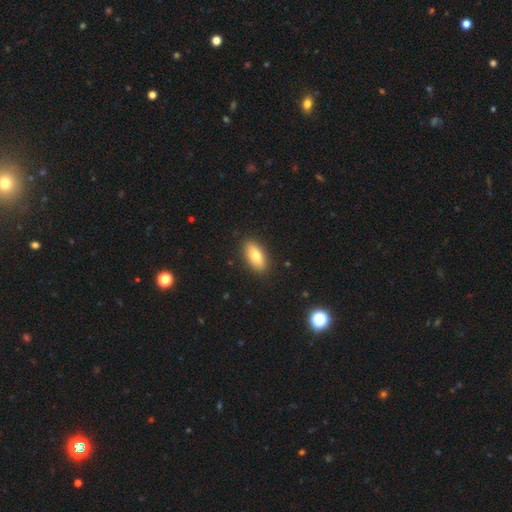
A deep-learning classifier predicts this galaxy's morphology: A smooth galaxy with no disk features (77%) that is in between round and cigar-shaped (86%).

Vote fractions:
- Smooth or featured? smooth: 77% / featured or disk: 16% / star or artifact: 7%
- How rounded? in between: 86% / cigar-shaped: 11% / round: 3%
- Merging? none: 89% / minor disturbance: 8% / major disturbance: 2% / merger: 1%